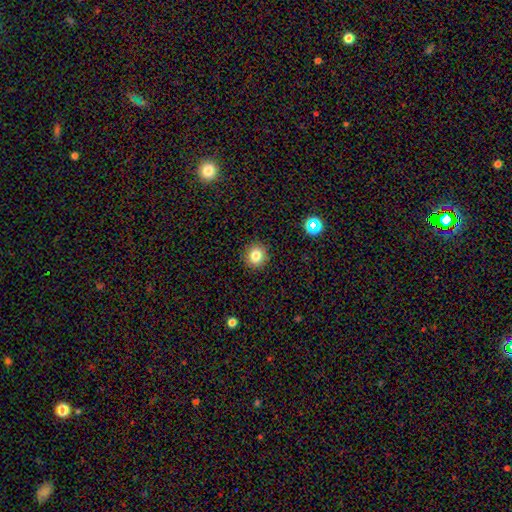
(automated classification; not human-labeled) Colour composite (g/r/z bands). It shows a smooth galaxy with no disk features (80%) that is round (89%). Merging: none (91%).